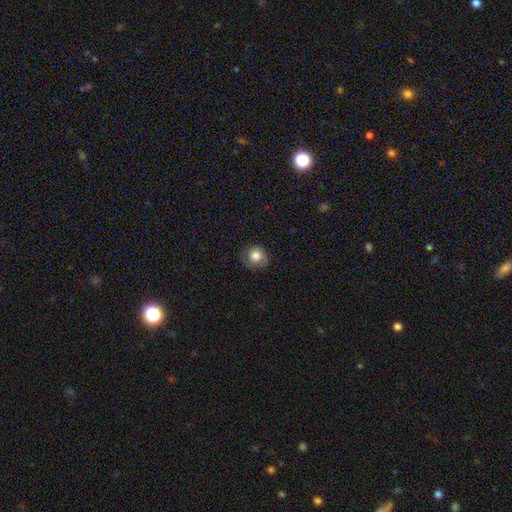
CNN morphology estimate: Smooth or featured? Predicted: smooth (p=0.74). How rounded? Predicted: round (p=0.86). Merging? Predicted: none (p=0.70).